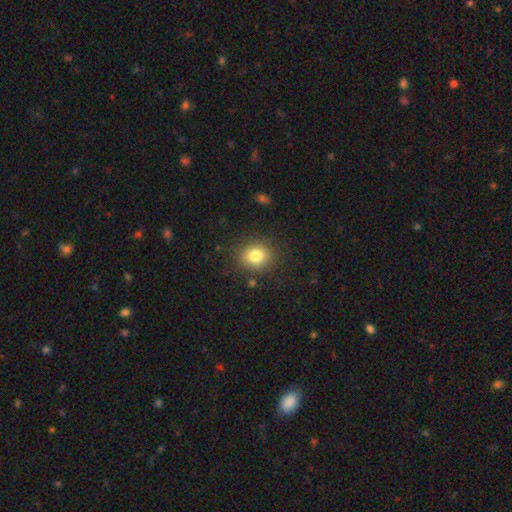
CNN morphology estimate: Q: Smooth or featured?
A: smooth (80%); runner-up: star or artifact (12%)
Q: How rounded?
A: round (75%); runner-up: in between (24%)
Q: Merging?
A: none (86%); runner-up: minor disturbance (9%)